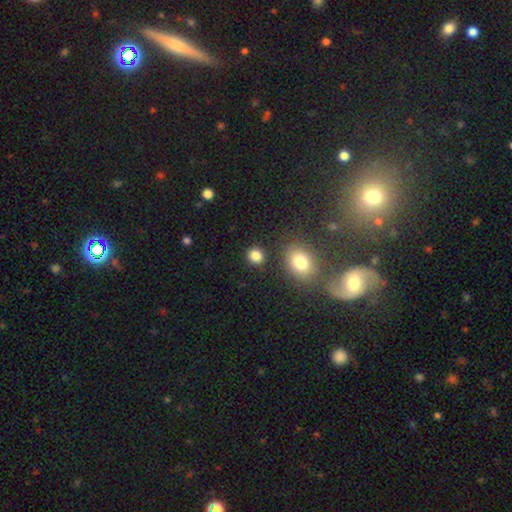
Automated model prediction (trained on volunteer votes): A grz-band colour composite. It shows a smooth galaxy with no disk features (84%) that is round (82%). Merging: none (86%).